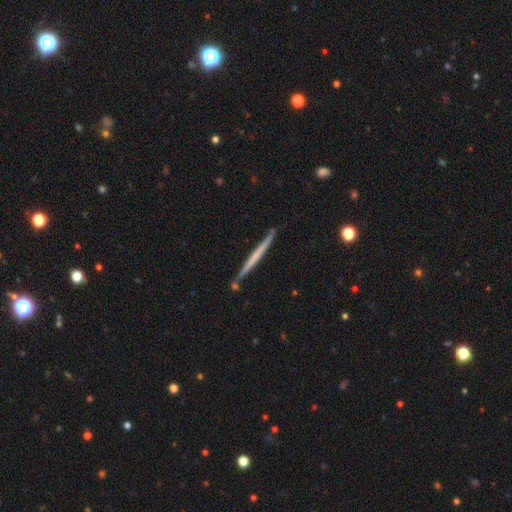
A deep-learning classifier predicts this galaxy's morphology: Smooth or featured: featured or disk — 53% (smooth — 42%)
Edge-on disk: yes — 98% (no — 2%)
Edge-on bulge: none — 86% (rounded — 8%)
Merging: none — 87% (minor disturbance — 9%)